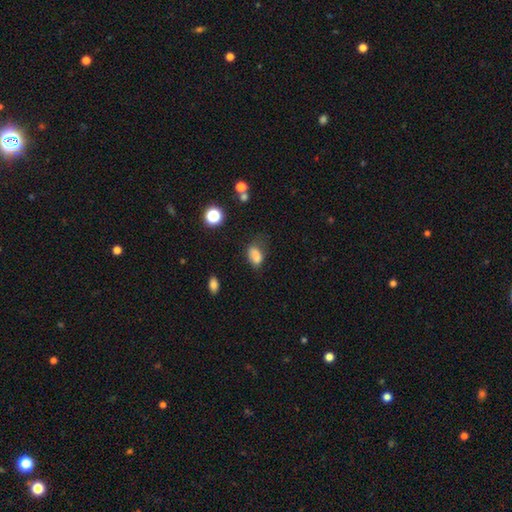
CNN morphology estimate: Smooth or featured: smooth — 81% (star or artifact — 11%)
How rounded: in between — 85% (round — 12%)
Merging: none — 52% (minor disturbance — 31%)